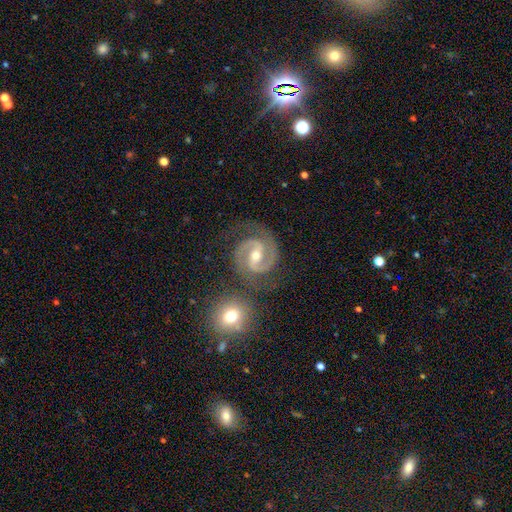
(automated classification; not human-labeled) A featured or disk galaxy (93%) with a strong bar (45%), 2 (94%) medium (57%) spiral arms (99%) and a moderate central bulge (60%).

Vote fractions:
- Smooth or featured? featured or disk: 93% / star or artifact: 4% / smooth: 3%
- Edge-on disk? no: 98% / yes: 2%
- Bar? strong: 45% / weak: 39% / no: 16%
- Spiral arms? yes: 99% / no: 1%
- Spiral winding? medium: 57% / tight: 35% / loose: 8%
- Spiral arm count? 2: 94% / 3: 2% / can't tell: 1% / 1: 1% / 4: 1% / more than 4: 1%
- Bulge size? moderate: 60% / small: 37% / large: 2% / none: 1% / dominant: 1%
- Merging? none: 78% / minor disturbance: 12% / merger: 6% / major disturbance: 4%